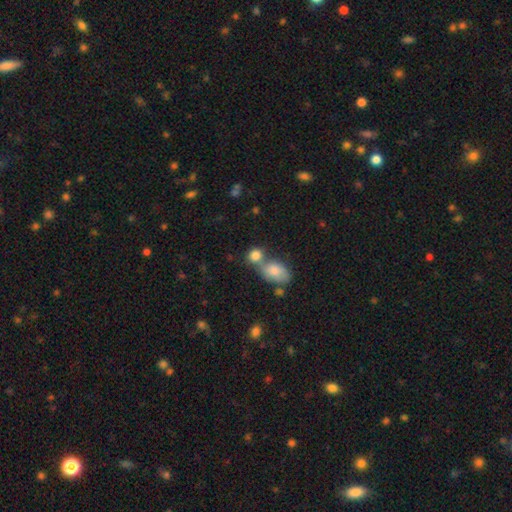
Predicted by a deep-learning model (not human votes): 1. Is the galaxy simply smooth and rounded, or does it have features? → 82% smooth, 9% star or artifact, 9% featured or disk.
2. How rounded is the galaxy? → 56% round, 42% in between, 2% cigar-shaped.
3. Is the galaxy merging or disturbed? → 46% merger, 40% none, 10% minor disturbance, 4% major disturbance.